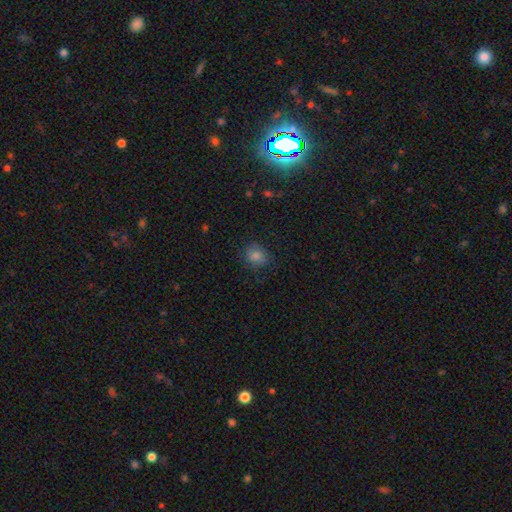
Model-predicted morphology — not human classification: smooth-or-featured: smooth: 74% | star or artifact: 19% | featured or disk: 7%
  how-rounded: round: 72% | in between: 27% | cigar-shaped: 1%
  merging: none: 82% | minor disturbance: 13% | major disturbance: 4% | merger: 1%